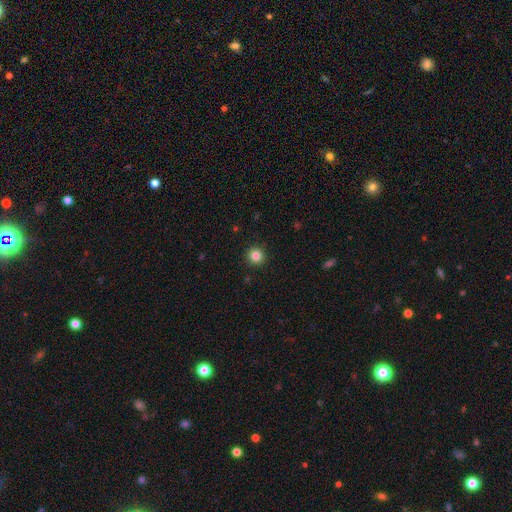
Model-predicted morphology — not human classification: Q: Smooth or featured?
A: smooth (83%); runner-up: star or artifact (12%)
Q: How rounded?
A: round (95%); runner-up: in between (4%)
Q: Merging?
A: none (93%); runner-up: minor disturbance (4%)